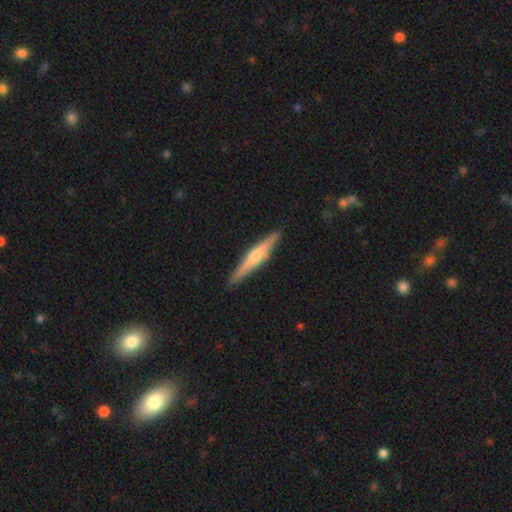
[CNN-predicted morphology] type=featured or disk (63%); edge-on=yes (98%); edge-on bulge=rounded (68%); merging=none (90%).